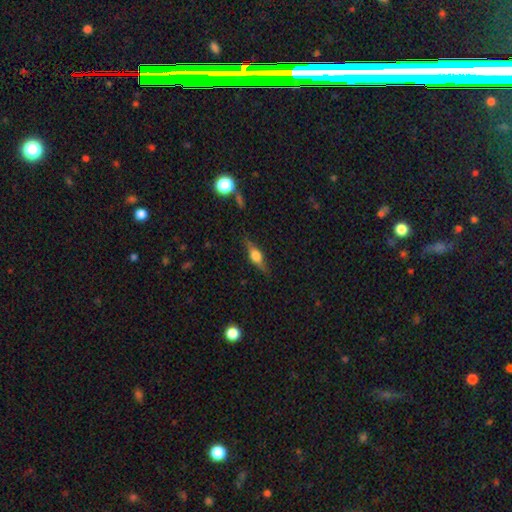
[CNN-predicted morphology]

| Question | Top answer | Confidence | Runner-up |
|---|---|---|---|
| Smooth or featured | featured or disk | 57% | smooth (35%) |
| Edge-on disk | yes | 93% | no (7%) |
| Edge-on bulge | rounded | 90% | boxy (8%) |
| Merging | none | 82% | minor disturbance (13%) |